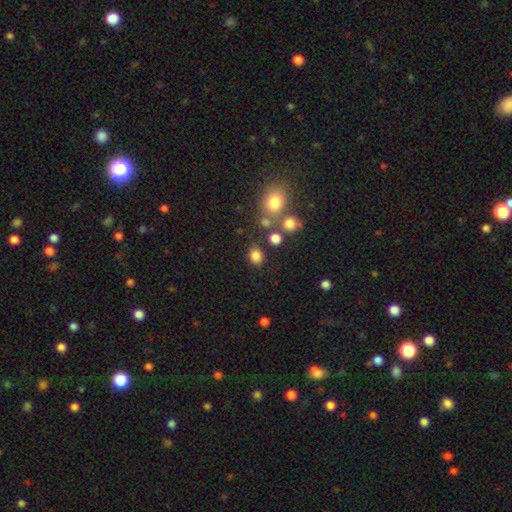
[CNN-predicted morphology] A smooth galaxy with no disk features (81%) that is round (53%). Merging: none (77%).